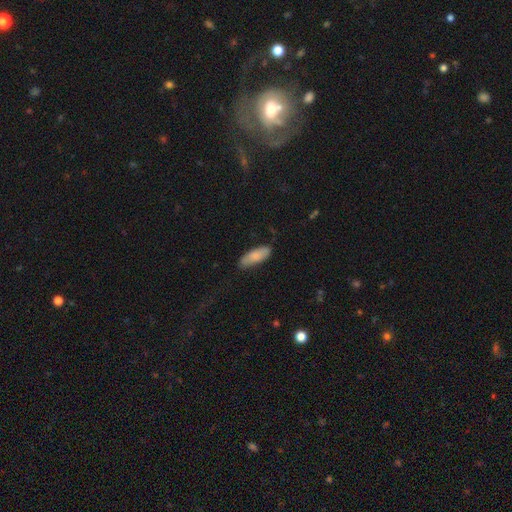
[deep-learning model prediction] Smooth or featured? smooth (84%)
How rounded? in between (64%)
Merging? none (82%)